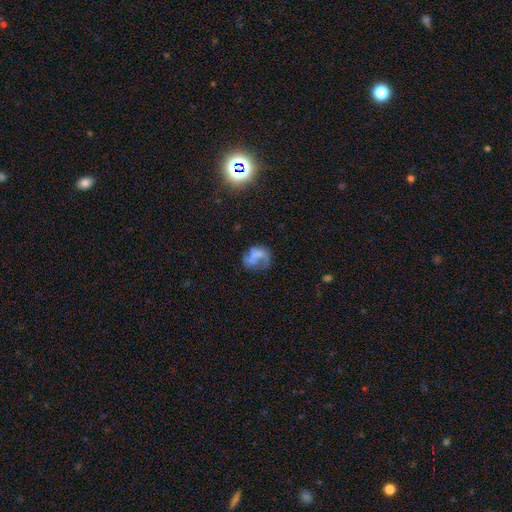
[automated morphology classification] smooth-or-featured: featured or disk: 45% | smooth: 42% | star or artifact: 13%
  merging: none: 38% | major disturbance: 35% | minor disturbance: 22% | merger: 5%